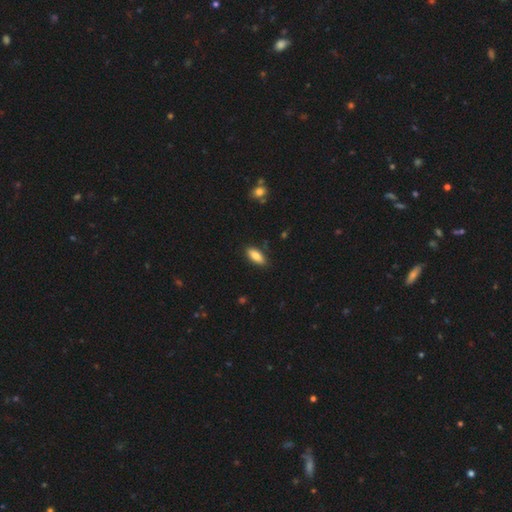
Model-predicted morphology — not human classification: This is clearly a smooth galaxy (84%). How rounded: clearly in between (81%). Merging: clearly none (85%).